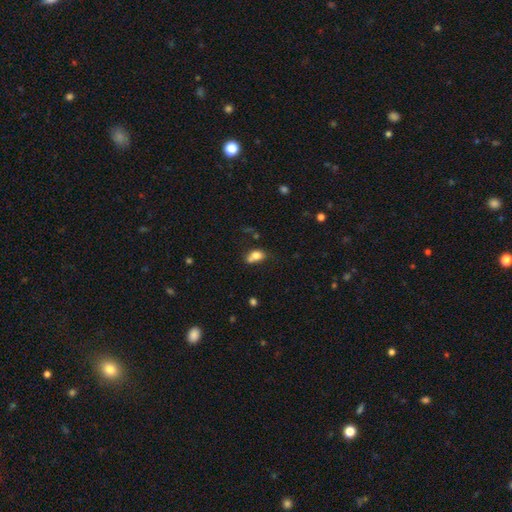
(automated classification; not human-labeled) This appears to be a smooth galaxy with no disk features (77%) that is in between round and cigar-shaped (73%). Merging: none (41%).